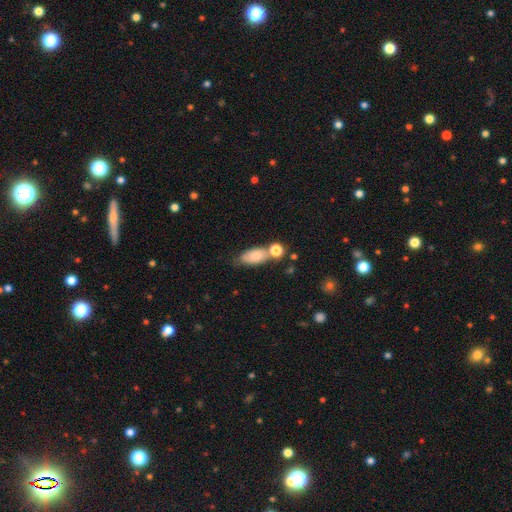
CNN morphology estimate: Smooth or featured? Predicted: smooth (p=0.80). How rounded? Predicted: in between (p=0.83). Merging? Predicted: none (p=0.50).